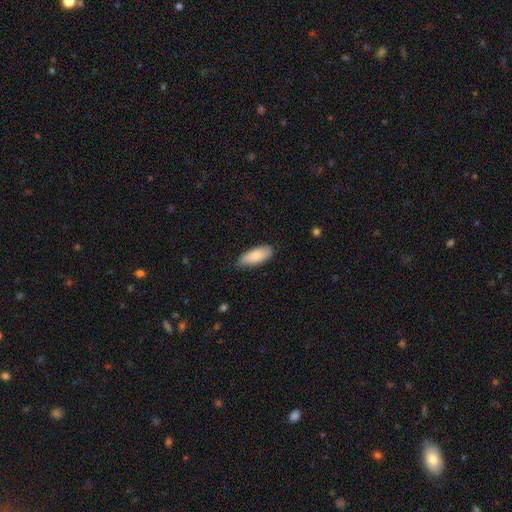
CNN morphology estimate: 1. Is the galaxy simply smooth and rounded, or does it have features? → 83% smooth, 12% featured or disk, 5% star or artifact.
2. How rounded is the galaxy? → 79% in between, 20% cigar-shaped, 2% round.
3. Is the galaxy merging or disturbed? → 81% none, 16% minor disturbance, 2% major disturbance, 1% merger.